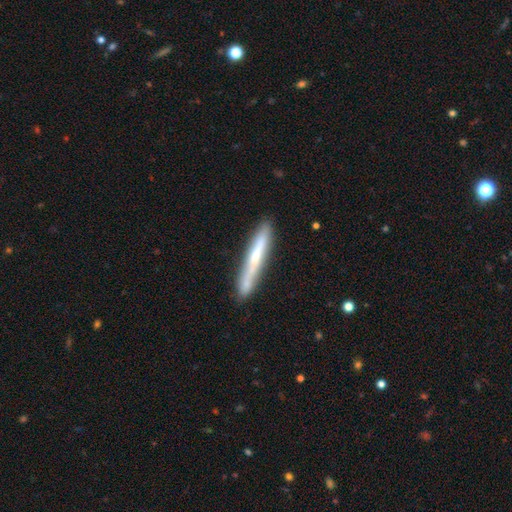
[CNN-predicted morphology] Smooth or featured? featured or disk (47%, tied with smooth)
Merging? none (82%)